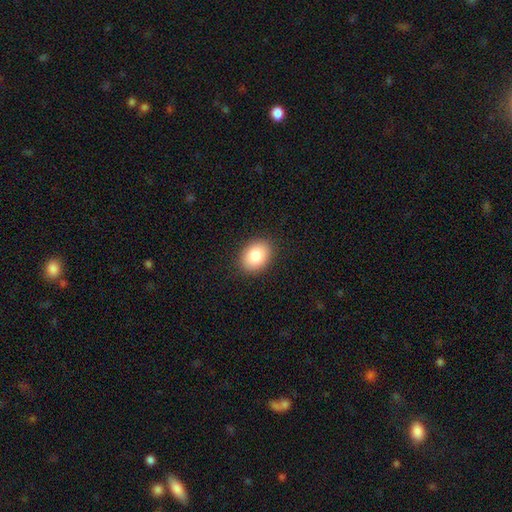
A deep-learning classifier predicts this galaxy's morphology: A smooth galaxy with no disk features (86%) that is in between round and cigar-shaped (69%). Merging: none (89%).